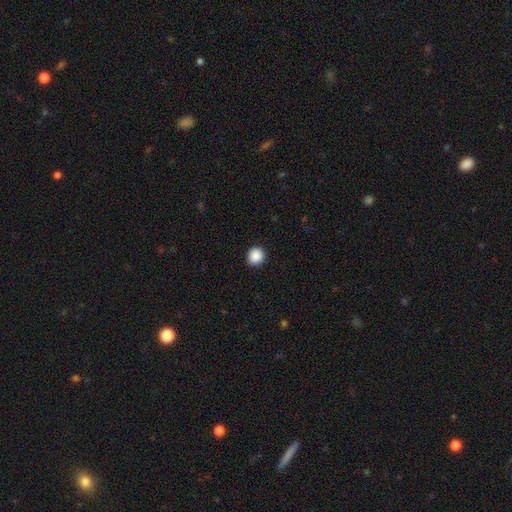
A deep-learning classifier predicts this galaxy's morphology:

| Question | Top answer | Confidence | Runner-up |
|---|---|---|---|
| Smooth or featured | smooth | 89% | star or artifact (9%) |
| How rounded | round | 86% | in between (13%) |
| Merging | none | 91% | minor disturbance (6%) |